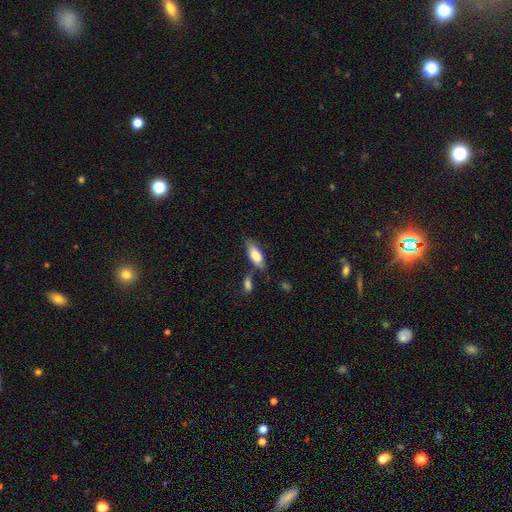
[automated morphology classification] Smooth or featured?
  - smooth: 79% *
  - featured or disk: 14%
  - star or artifact: 6%
How rounded?
  - in between: 76% *
  - cigar-shaped: 22%
  - round: 2%
Merging?
  - none: 63% *
  - minor disturbance: 19%
  - merger: 12%
  - major disturbance: 5%